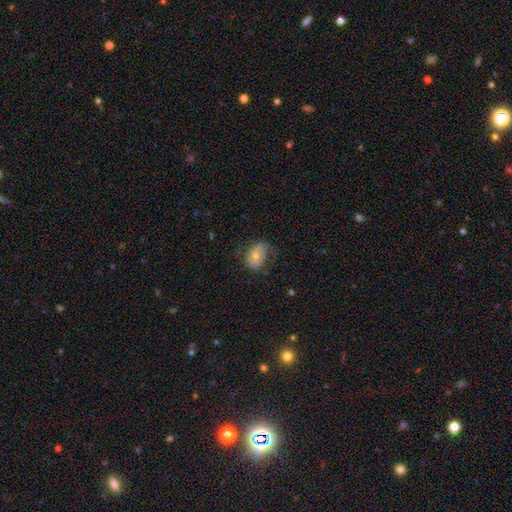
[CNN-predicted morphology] Overall: featured or disk (54%; smooth 36%). Edge-on disk: no (95%). Bar: no (73%). Spiral arms: yes (70%). Bulge size: moderate (55%; small 40%). Merging: none (54%; minor disturbance 27%).